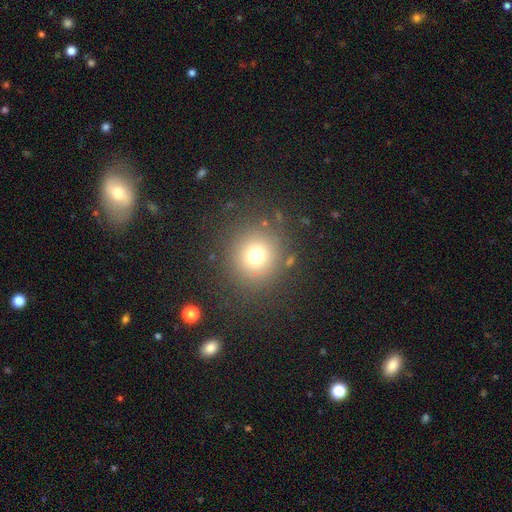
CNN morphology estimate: smooth_or_featured: smooth (p=0.73) [alt: star or artifact p=0.16]
how_rounded: round (p=0.90) [alt: in between p=0.09]
merging: none (p=0.85) [alt: minor disturbance p=0.08]